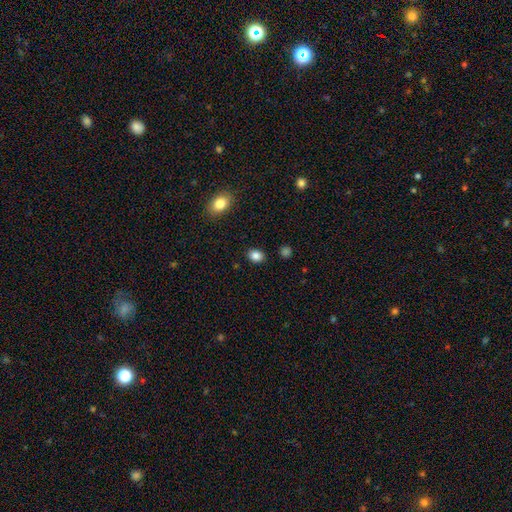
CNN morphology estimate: Smooth or featured: smooth — 85% (star or artifact — 10%)
How rounded: in between — 56% (round — 43%)
Merging: none — 88% (minor disturbance — 8%)